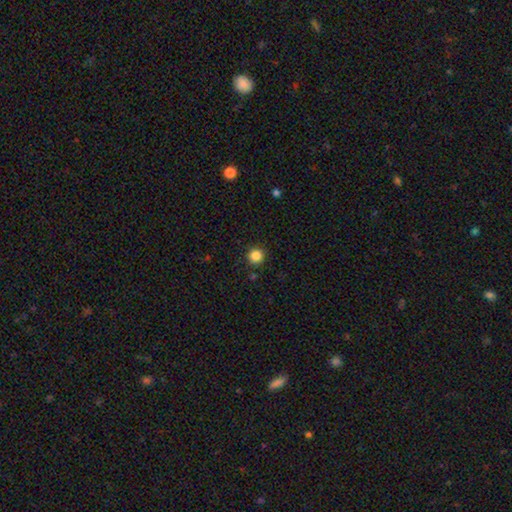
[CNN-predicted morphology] smooth 85%, star or artifact 12%, featured or disk 4%. Down the decision tree: how rounded — round (95%); merging — none (91%).